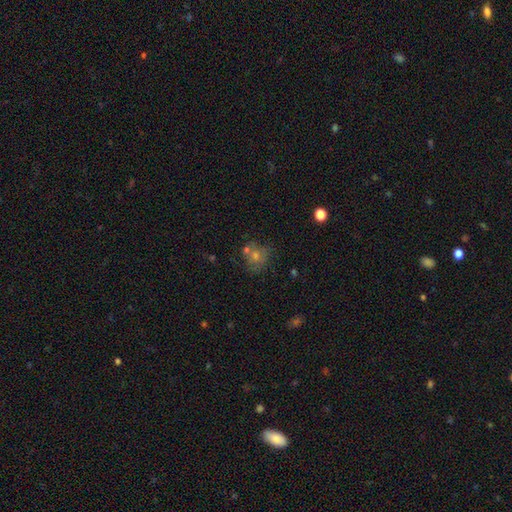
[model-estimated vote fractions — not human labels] A smooth galaxy with no disk features (50%).

Vote fractions:
- Smooth or featured? smooth: 50% / star or artifact: 27% / featured or disk: 23%
- Merging? none: 59% / merger: 19% / minor disturbance: 15% / major disturbance: 7%